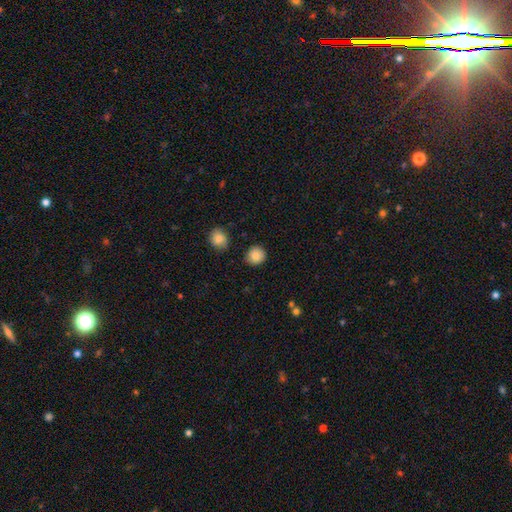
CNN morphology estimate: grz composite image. It shows a smooth galaxy with no disk features (85%) that is round (88%). Merging: none (82%).